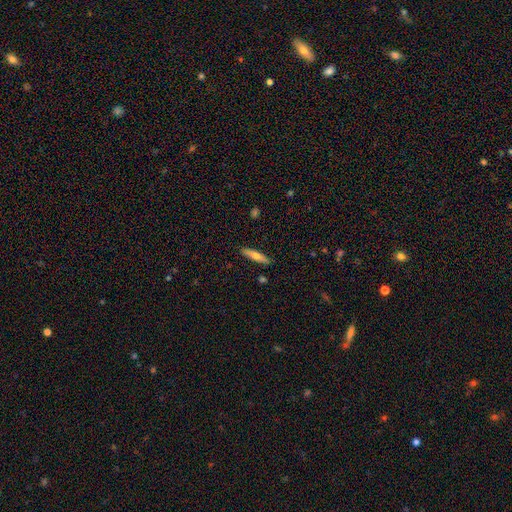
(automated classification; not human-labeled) smooth 58%, featured or disk 36%, star or artifact 6%. Down the decision tree: how rounded — cigar-shaped (81%); merging — none (89%).